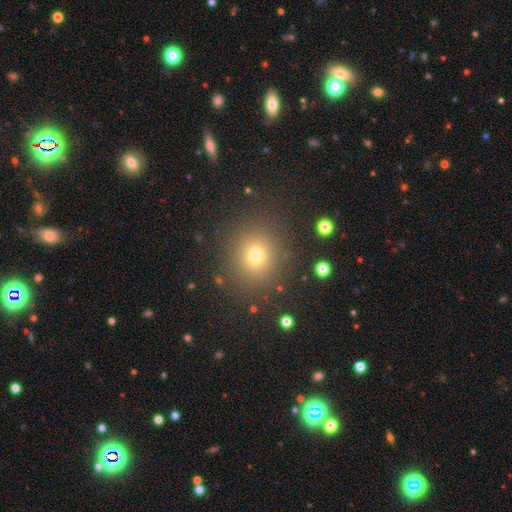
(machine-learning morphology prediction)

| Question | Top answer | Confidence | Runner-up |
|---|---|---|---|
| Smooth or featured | smooth | 70% | star or artifact (21%) |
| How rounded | round | 83% | in between (15%) |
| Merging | none | 88% | minor disturbance (7%) |